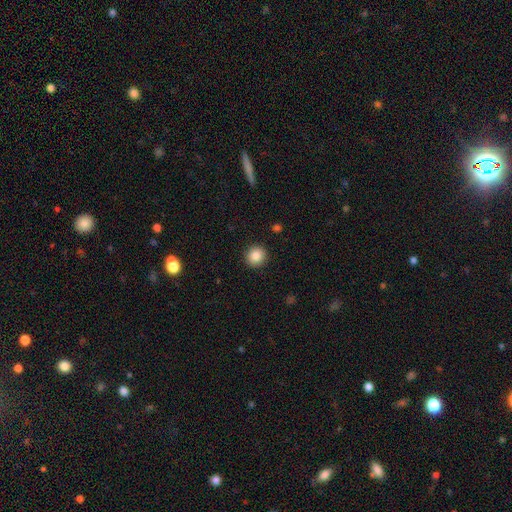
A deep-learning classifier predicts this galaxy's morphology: smooth 86%, star or artifact 9%, featured or disk 5%. Down the decision tree: how rounded — round (92%); merging — none (92%).